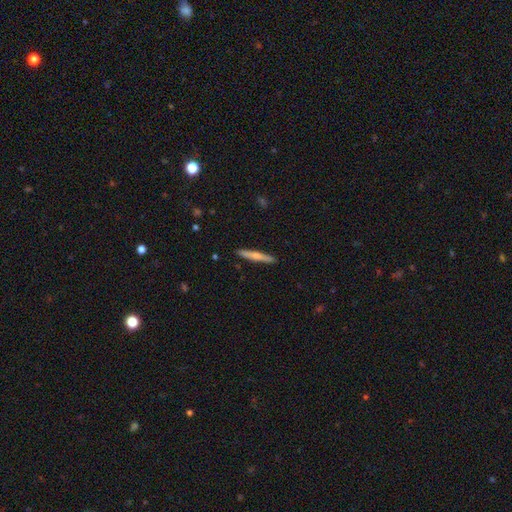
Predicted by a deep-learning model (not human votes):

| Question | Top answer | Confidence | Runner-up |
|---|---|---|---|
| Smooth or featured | smooth | 60% | featured or disk (35%) |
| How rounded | cigar-shaped | 94% | in between (4%) |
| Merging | none | 91% | minor disturbance (7%) |